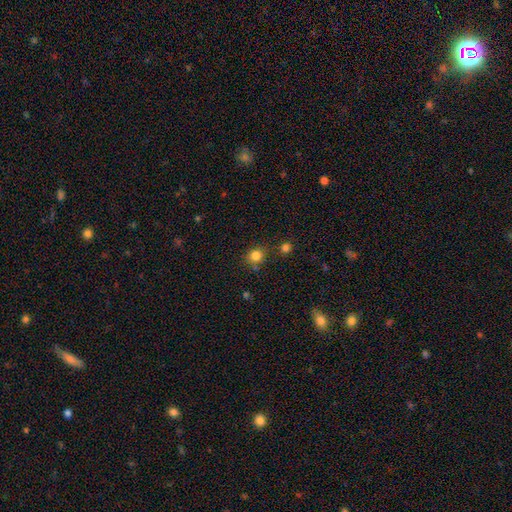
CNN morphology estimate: Smooth or featured?
  - smooth: 82% *
  - star or artifact: 13%
  - featured or disk: 5%
How rounded?
  - round: 80% *
  - in between: 19%
  - cigar-shaped: 1%
Merging?
  - none: 75% *
  - minor disturbance: 12%
  - merger: 9%
  - major disturbance: 4%